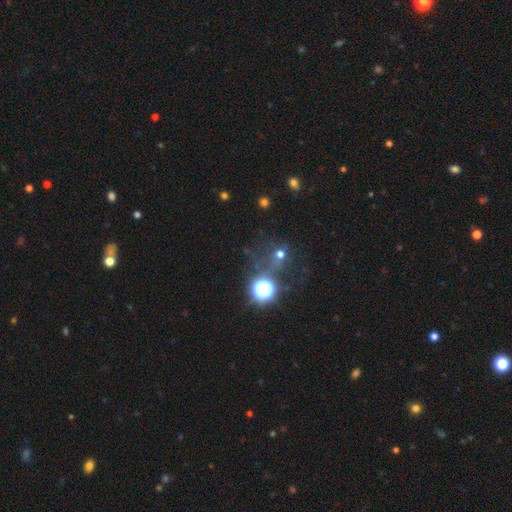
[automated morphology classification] Overall: star or artifact (65%; smooth 26%).